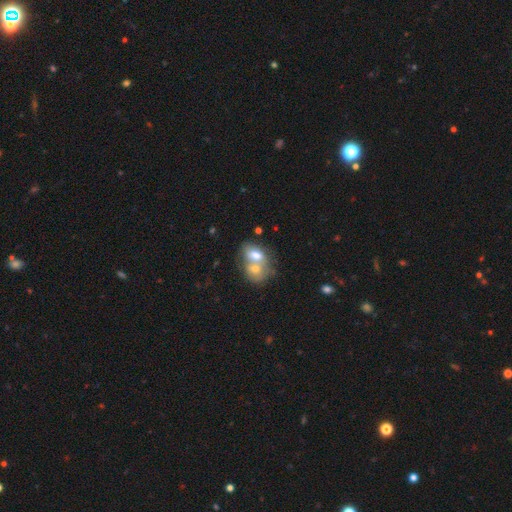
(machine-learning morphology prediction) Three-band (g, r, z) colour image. It shows a smooth galaxy with no disk features (69%) that is in between round and cigar-shaped (73%). Merging: merger (76%).